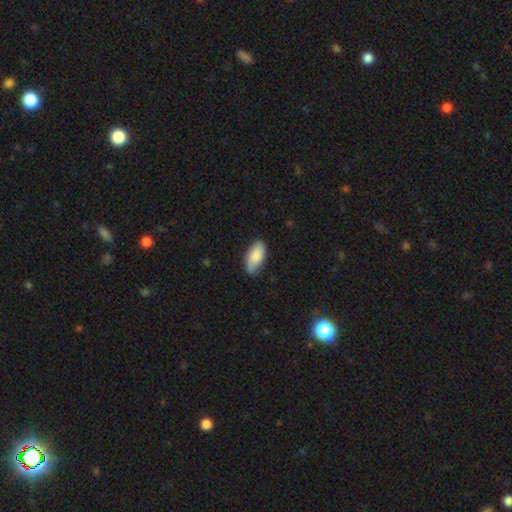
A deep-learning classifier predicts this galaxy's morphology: Smooth or featured? Predicted: smooth (p=0.81). How rounded? Predicted: in between (p=0.93). Merging? Predicted: none (p=0.76).